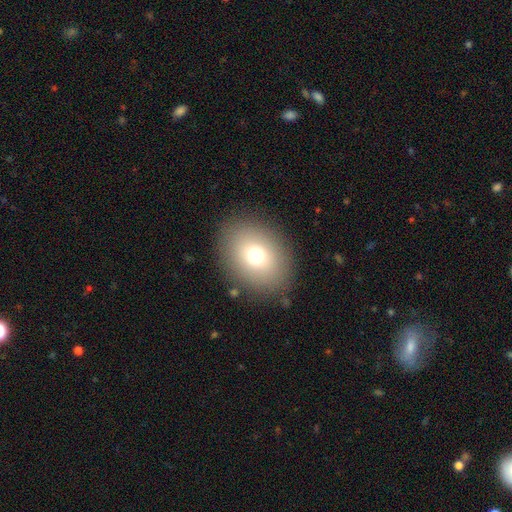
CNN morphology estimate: The model was most divided on "how rounded": in between: 60%, round: 39%, cigar-shaped: 1%. More confident: merging — none (86%); smooth or featured — smooth (73%).